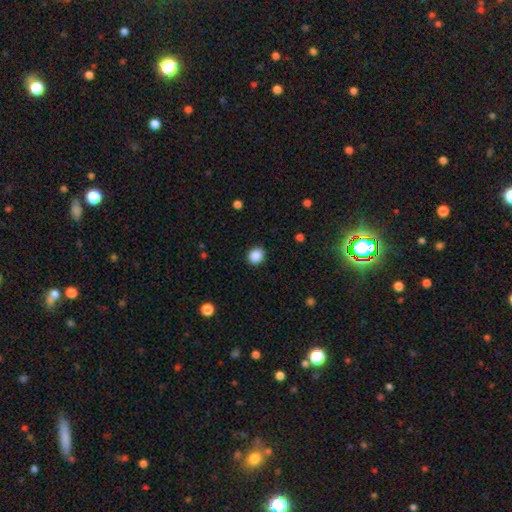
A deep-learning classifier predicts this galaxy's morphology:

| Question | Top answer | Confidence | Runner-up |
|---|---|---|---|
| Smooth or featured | smooth | 88% | star or artifact (9%) |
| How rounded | round | 69% | in between (30%) |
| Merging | none | 89% | minor disturbance (8%) |